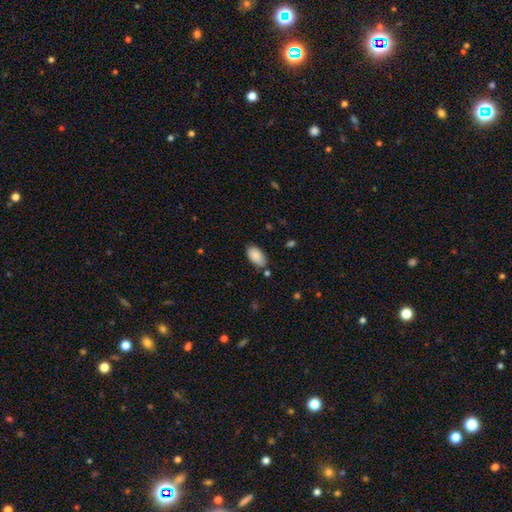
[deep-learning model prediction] Smooth or featured? Predicted: smooth (p=0.88). How rounded? Predicted: in between (p=0.95). Merging? Predicted: none (p=0.78).